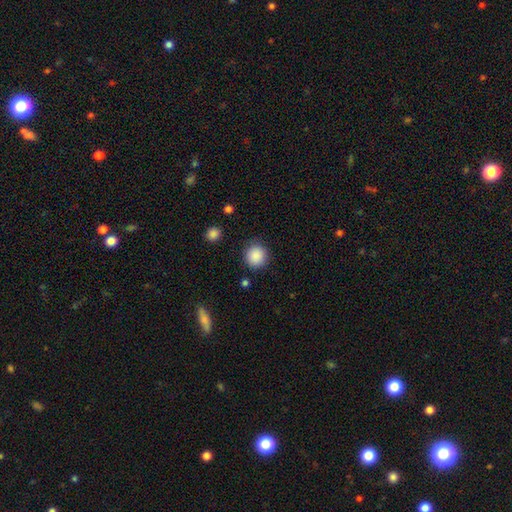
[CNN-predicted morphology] Smooth or featured? Predicted: smooth (p=0.88). How rounded? Predicted: round (p=0.92). Merging? Predicted: none (p=0.87).